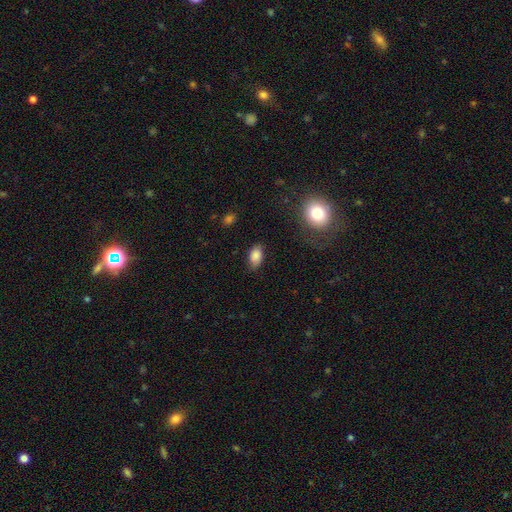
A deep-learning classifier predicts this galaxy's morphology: smooth 83%, star or artifact 9%, featured or disk 8%. Down the decision tree: how rounded — in between (89%); merging — none (71%).